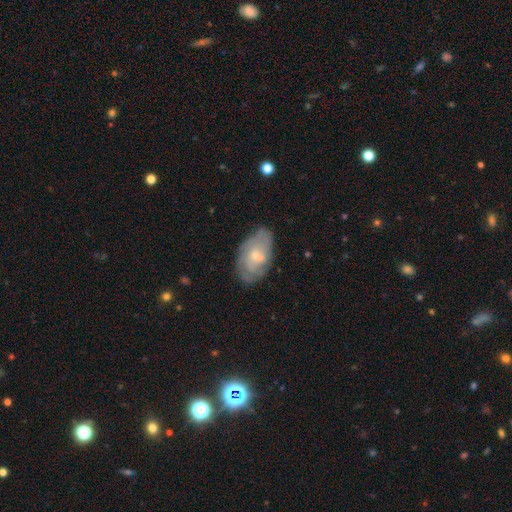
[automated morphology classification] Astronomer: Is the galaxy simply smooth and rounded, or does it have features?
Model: featured or disk — 59% (runner-up: smooth, 34%).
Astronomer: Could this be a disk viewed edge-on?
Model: no — 95%.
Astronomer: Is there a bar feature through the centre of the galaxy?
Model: no — 60%.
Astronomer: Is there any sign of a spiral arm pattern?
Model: yes — 78%.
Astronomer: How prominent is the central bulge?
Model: small — 61%.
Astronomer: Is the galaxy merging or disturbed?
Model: none — 67%.